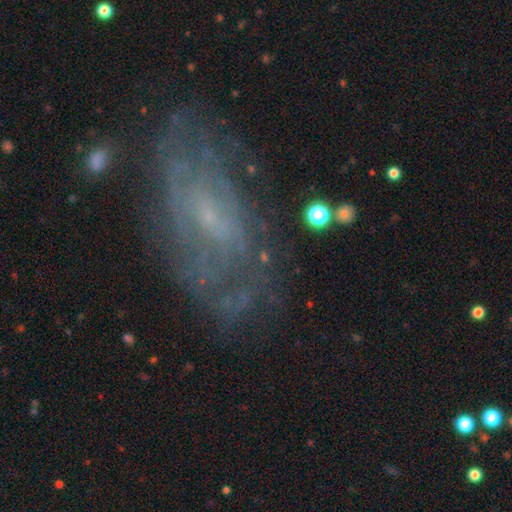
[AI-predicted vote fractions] This is likely a featured or disk galaxy (73%). It is clearly not viewed edge-on (93%). Bar: possibly no (50%). Spiral arm pattern: likely yes (73%). Central bulge: likely small (70%). Merging: likely none (69%).